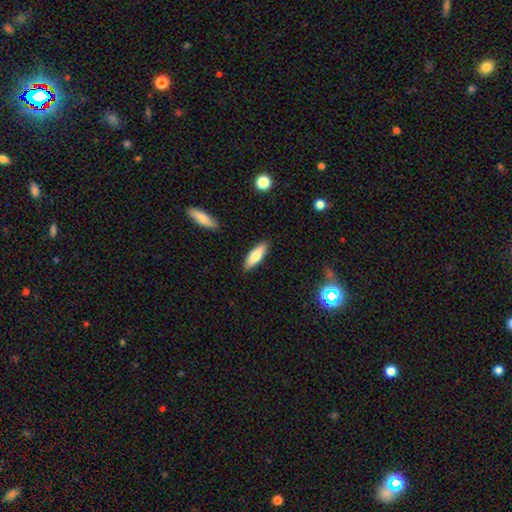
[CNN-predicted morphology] Smooth or featured? smooth (74%)
How rounded? in between (54%)
Merging? none (88%)